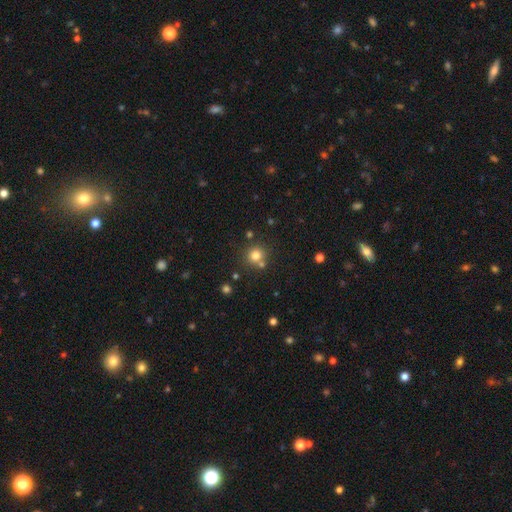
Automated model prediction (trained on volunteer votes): This appears to be a smooth galaxy with no disk features (78%) that is round (91%). Merging: none (72%).